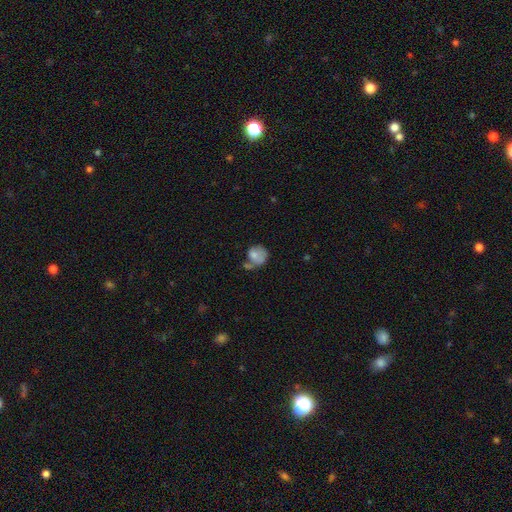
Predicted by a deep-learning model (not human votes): Q: Smooth or featured?
A: smooth (68%); runner-up: featured or disk (24%)
Q: How rounded?
A: round (66%); runner-up: in between (33%)
Q: Merging?
A: none (33%); runner-up: major disturbance (23%)